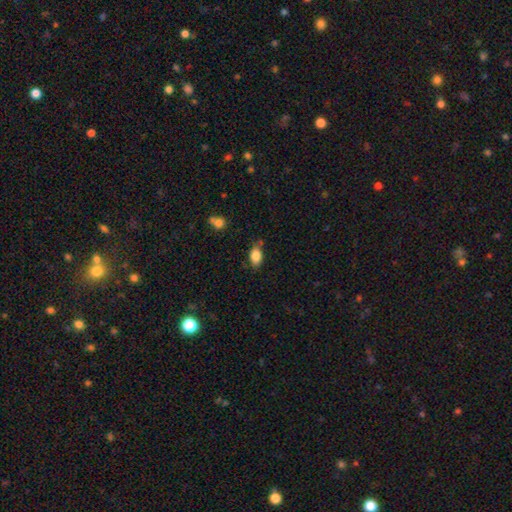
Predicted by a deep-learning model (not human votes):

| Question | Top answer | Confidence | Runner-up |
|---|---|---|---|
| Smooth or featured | smooth | 84% | star or artifact (8%) |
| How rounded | in between | 87% | round (10%) |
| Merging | none | 72% | minor disturbance (19%) |